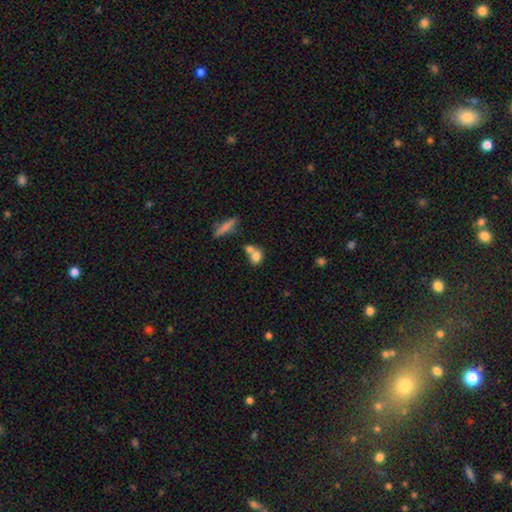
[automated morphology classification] Smooth or featured? Predicted: smooth (p=0.75). How rounded? Predicted: round (p=0.48). Merging? Predicted: merger (p=0.49).